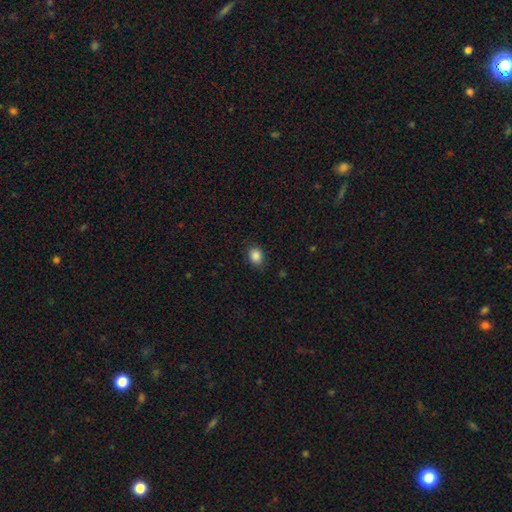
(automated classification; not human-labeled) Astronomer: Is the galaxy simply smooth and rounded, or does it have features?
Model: smooth — 87%.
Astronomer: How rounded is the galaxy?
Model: round — 53% (runner-up: in between, 46%).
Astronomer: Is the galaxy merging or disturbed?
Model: none — 85%.